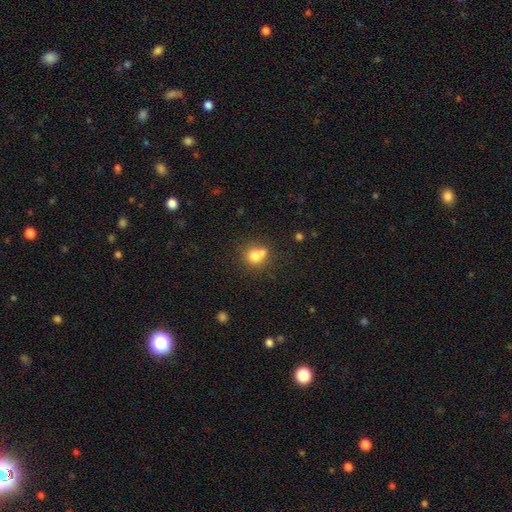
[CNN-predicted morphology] Overall: smooth (74%). How rounded: round (77%). Merging: none (42%; merger 41%).